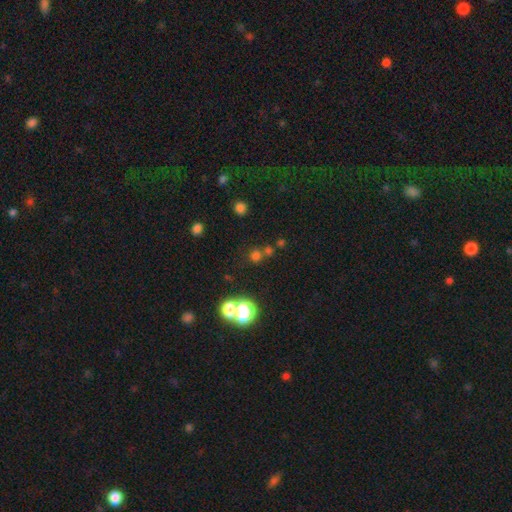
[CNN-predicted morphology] Smooth or featured?
  - smooth: 60% *
  - star or artifact: 32%
  - featured or disk: 8%
How rounded?
  - round: 89% *
  - in between: 10%
  - cigar-shaped: 1%
Merging?
  - none: 64% *
  - merger: 25%
  - minor disturbance: 8%
  - major disturbance: 4%